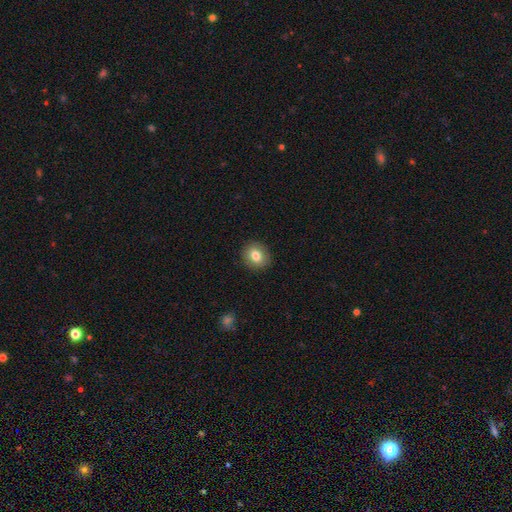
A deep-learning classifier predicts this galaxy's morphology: A smooth galaxy with no disk features (81%) that is round (75%).

Vote fractions:
- Smooth or featured? smooth: 81% / featured or disk: 10% / star or artifact: 9%
- How rounded? round: 75% / in between: 24% / cigar-shaped: 1%
- Merging? none: 90% / minor disturbance: 7% / major disturbance: 2% / merger: 1%